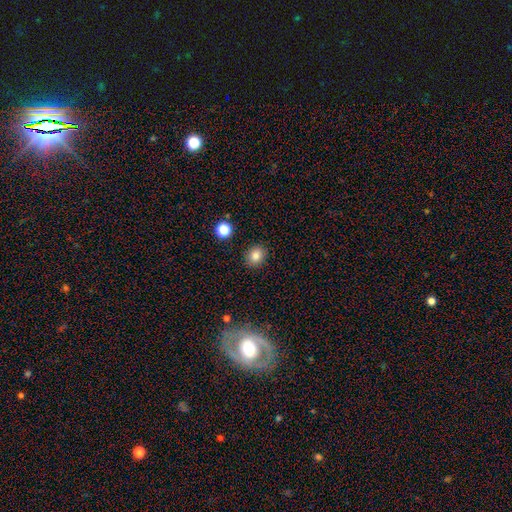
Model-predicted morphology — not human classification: type=smooth (83%); roundness=round (69%); merging=none (89%).